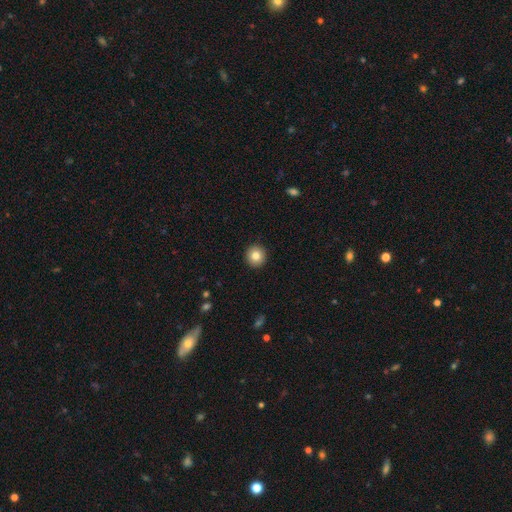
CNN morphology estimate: Smooth or featured? Predicted: smooth (p=0.82). How rounded? Predicted: round (p=0.95). Merging? Predicted: none (p=0.93).